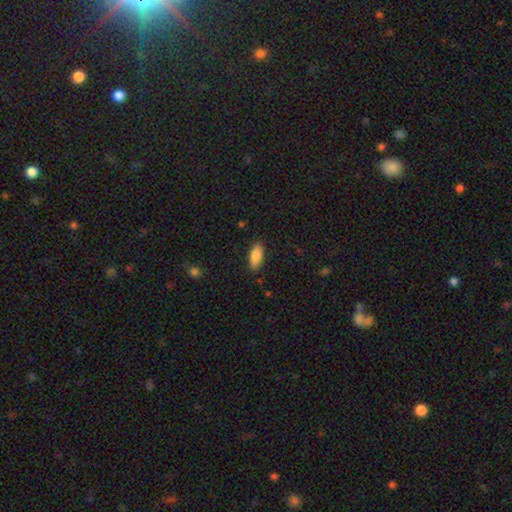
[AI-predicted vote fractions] Overall: smooth (87%). How rounded: in between (86%). Merging: none (84%).